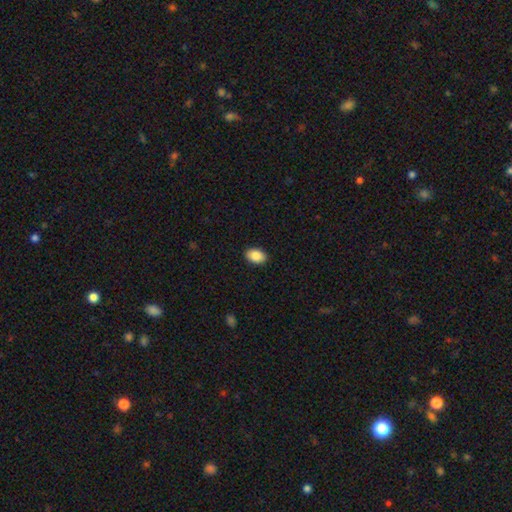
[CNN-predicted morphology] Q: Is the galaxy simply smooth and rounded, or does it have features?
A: smooth — 88%.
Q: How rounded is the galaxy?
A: in between — 86%.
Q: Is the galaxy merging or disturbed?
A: none — 91%.